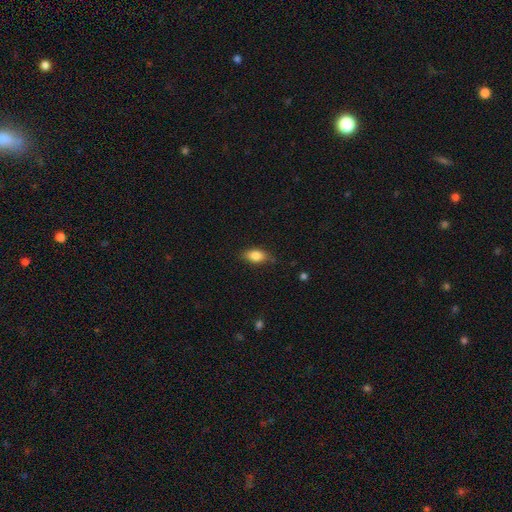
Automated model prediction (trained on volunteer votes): smooth_or_featured: smooth (p=0.82) [alt: featured or disk p=0.10]
how_rounded: in between (p=0.86) [alt: round p=0.07]
merging: none (p=0.78) [alt: minor disturbance p=0.17]